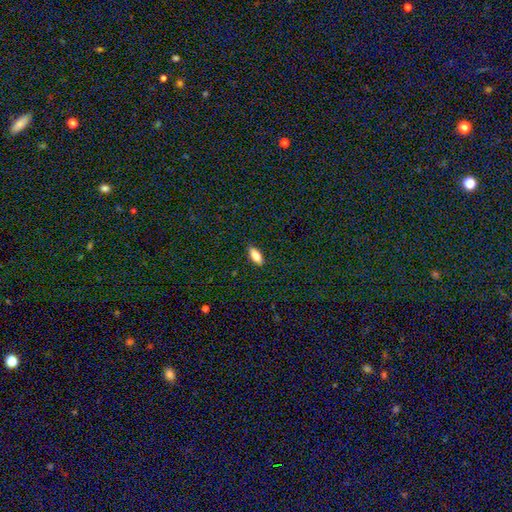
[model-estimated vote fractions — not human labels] The model was most divided on "how rounded": in between: 83%, cigar-shaped: 15%, round: 2%. More confident: merging — none (89%); smooth or featured — smooth (81%).